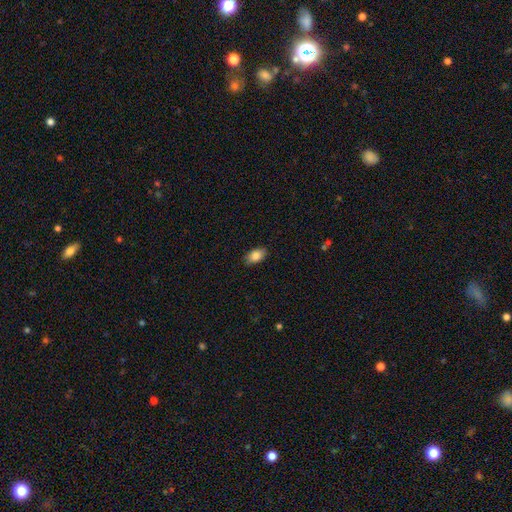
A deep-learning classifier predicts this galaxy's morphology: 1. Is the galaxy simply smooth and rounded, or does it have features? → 86% smooth, 7% star or artifact, 7% featured or disk.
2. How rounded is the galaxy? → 91% in between, 6% round, 2% cigar-shaped.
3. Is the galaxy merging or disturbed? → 86% none, 11% minor disturbance, 2% major disturbance, 1% merger.